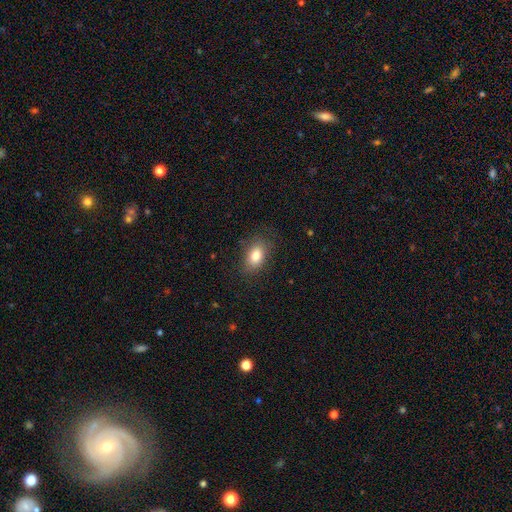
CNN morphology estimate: The model was most divided on "merging": none: 80%, minor disturbance: 14%, major disturbance: 5%, merger: 1%. More confident: how rounded — in between (86%); smooth or featured — smooth (82%).